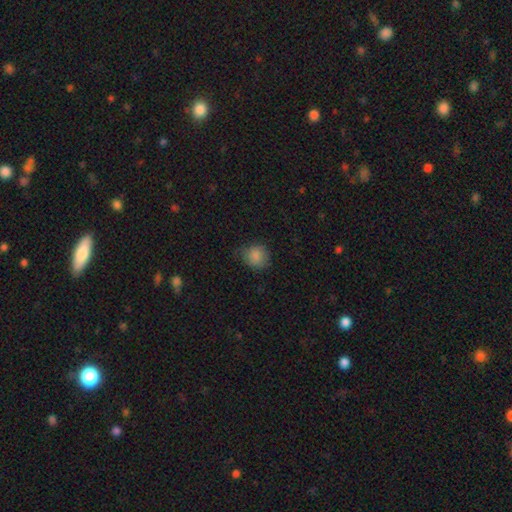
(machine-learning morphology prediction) Smooth or featured: smooth — 85% (star or artifact — 9%)
How rounded: round — 78% (in between — 21%)
Merging: none — 67% (minor disturbance — 25%)